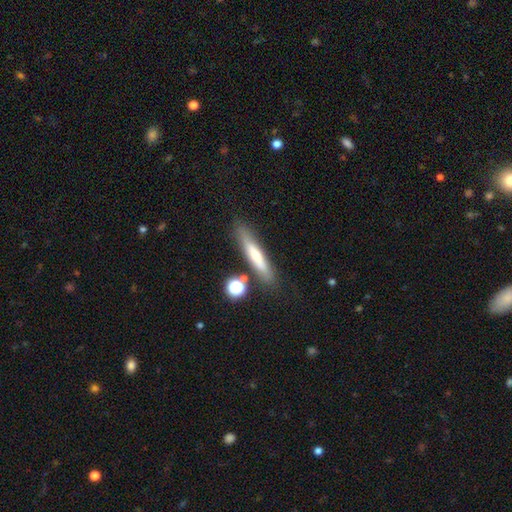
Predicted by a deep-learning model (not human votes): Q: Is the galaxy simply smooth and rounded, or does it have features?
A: smooth — 50%.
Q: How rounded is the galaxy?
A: cigar-shaped — 89%.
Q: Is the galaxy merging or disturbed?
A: none — 79%.